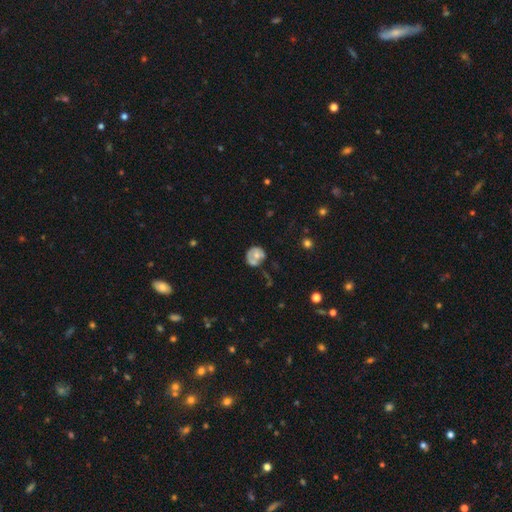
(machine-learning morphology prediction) This appears to be a featured or disk galaxy (46%, tied with smooth). Merging: none (38%).